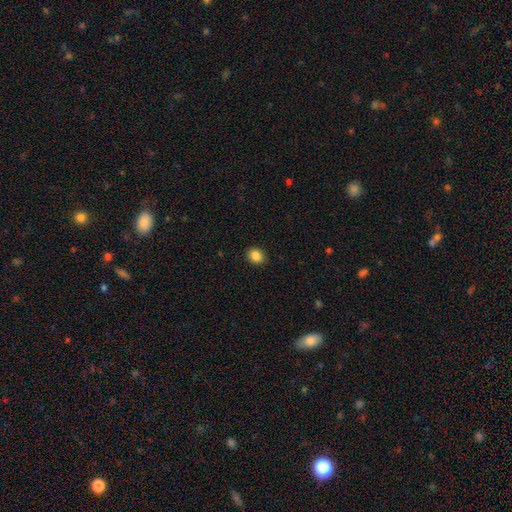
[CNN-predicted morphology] smooth 87%, star or artifact 10%, featured or disk 4%. Down the decision tree: how rounded — round (63%); merging — none (91%).